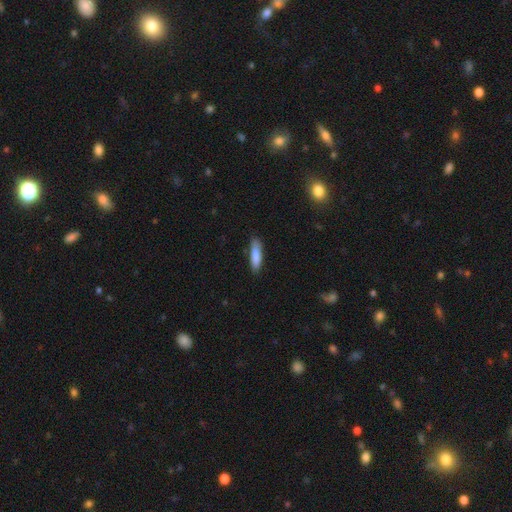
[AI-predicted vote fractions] Smooth or featured? Predicted: smooth (p=0.85). How rounded? Predicted: cigar-shaped (p=0.70). Merging? Predicted: none (p=0.82).